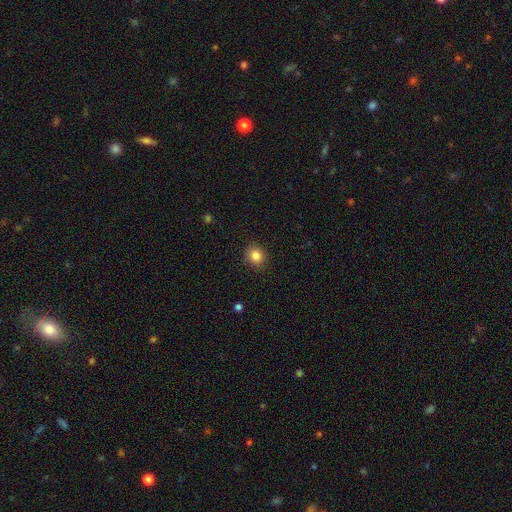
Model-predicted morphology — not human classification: smooth_or_featured: smooth (p=0.85) [alt: star or artifact p=0.10]
how_rounded: round (p=0.79) [alt: in between p=0.20]
merging: none (p=0.89) [alt: minor disturbance p=0.08]